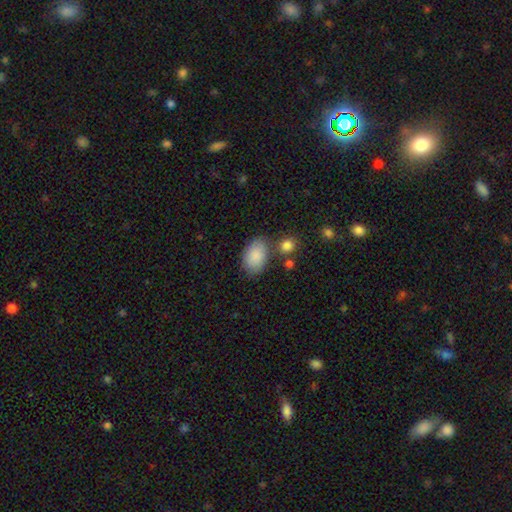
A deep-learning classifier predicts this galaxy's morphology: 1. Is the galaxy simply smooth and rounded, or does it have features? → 88% smooth, 7% star or artifact, 6% featured or disk.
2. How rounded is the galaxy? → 88% in between, 11% round, 1% cigar-shaped.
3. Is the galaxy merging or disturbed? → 67% none, 18% minor disturbance, 11% merger, 5% major disturbance.